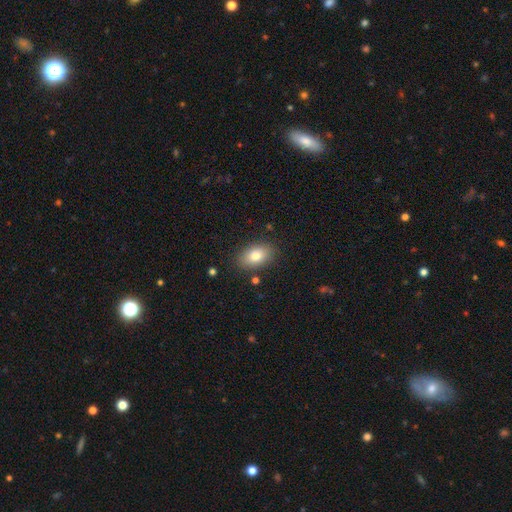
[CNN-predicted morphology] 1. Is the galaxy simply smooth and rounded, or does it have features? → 80% smooth, 12% featured or disk, 8% star or artifact.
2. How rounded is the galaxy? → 88% in between, 10% round, 2% cigar-shaped.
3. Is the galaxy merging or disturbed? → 84% none, 11% minor disturbance, 3% major disturbance, 2% merger.